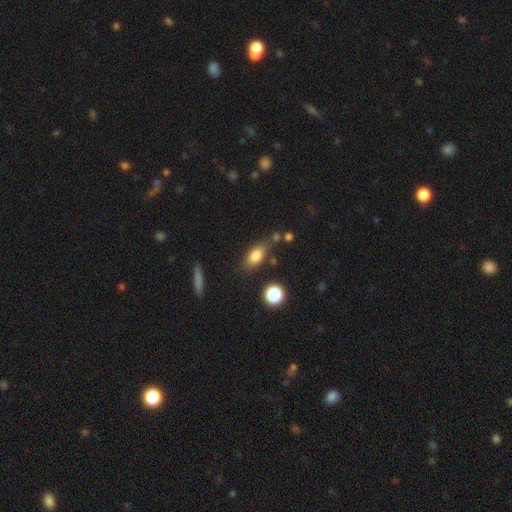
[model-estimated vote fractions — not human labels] Q: Smooth or featured?
A: smooth (79%); runner-up: featured or disk (11%)
Q: How rounded?
A: in between (80%); runner-up: cigar-shaped (11%)
Q: Merging?
A: none (72%); runner-up: minor disturbance (16%)